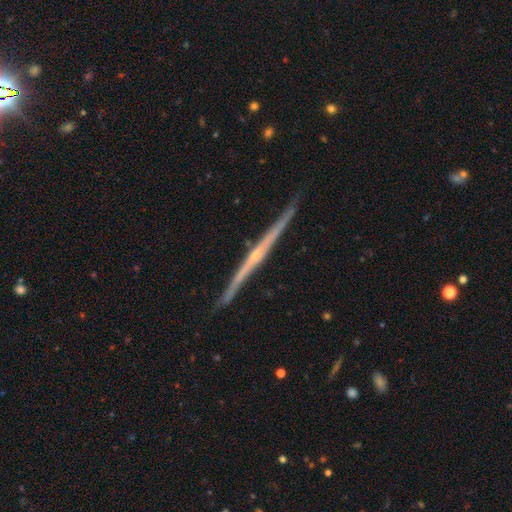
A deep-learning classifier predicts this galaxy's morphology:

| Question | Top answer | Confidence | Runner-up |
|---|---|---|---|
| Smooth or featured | featured or disk | 85% | smooth (10%) |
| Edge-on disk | yes | 98% | no (2%) |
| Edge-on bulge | rounded | 68% | none (27%) |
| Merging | none | 89% | minor disturbance (8%) |